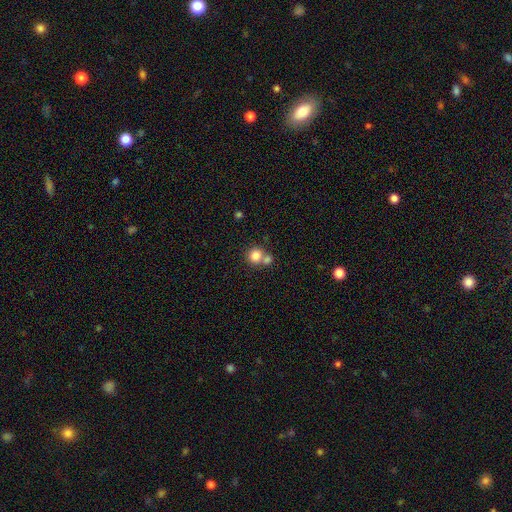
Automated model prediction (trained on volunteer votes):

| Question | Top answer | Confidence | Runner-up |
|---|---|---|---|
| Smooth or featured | smooth | 81% | star or artifact (10%) |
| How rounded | round | 88% | in between (11%) |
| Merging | none | 49% | merger (41%) |